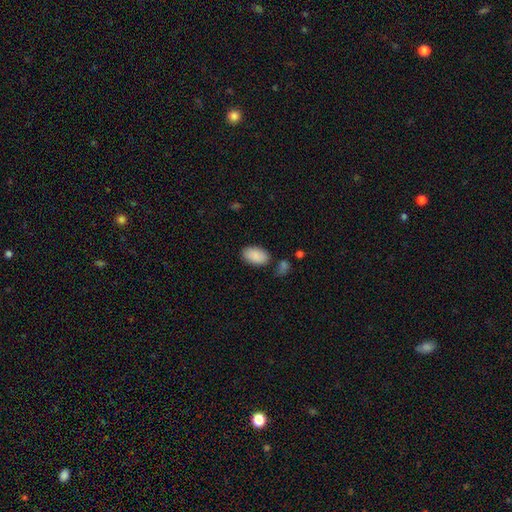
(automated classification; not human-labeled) smooth 90%, star or artifact 6%, featured or disk 4%. Down the decision tree: how rounded — in between (95%); merging — none (76%).